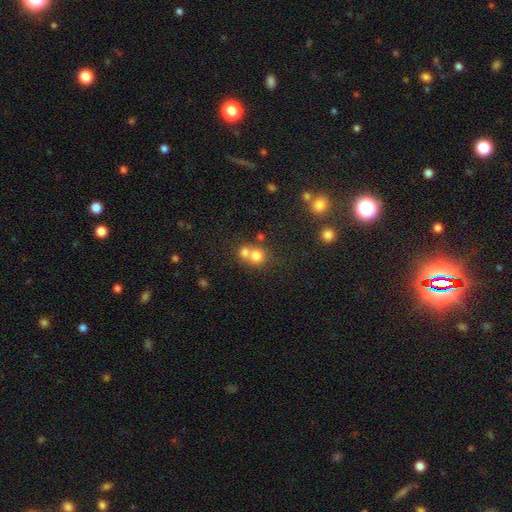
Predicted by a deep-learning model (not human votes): This appears to be a smooth galaxy with no disk features (74%) that is round (83%). Merging: merger (54%).